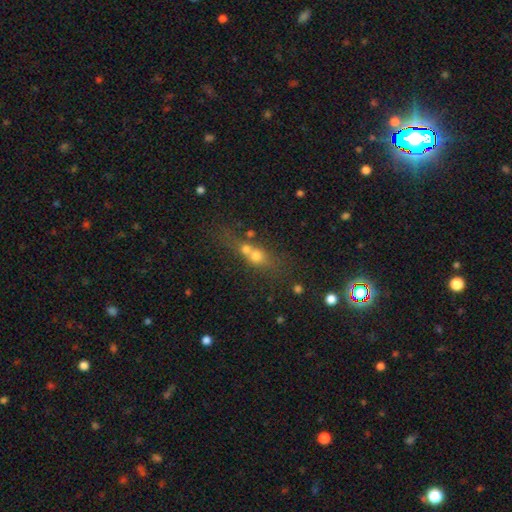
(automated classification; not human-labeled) This appears to be a smooth galaxy with no disk features (58%) that is round (48%). Merging: merger (57%).